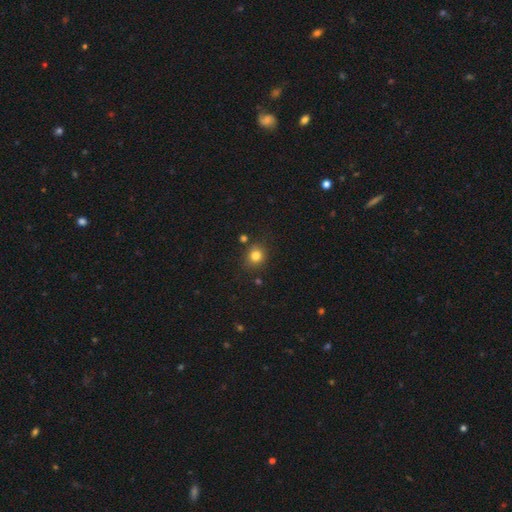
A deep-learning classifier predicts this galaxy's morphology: Overall: smooth (81%). How rounded: round (79%). Merging: none (80%).